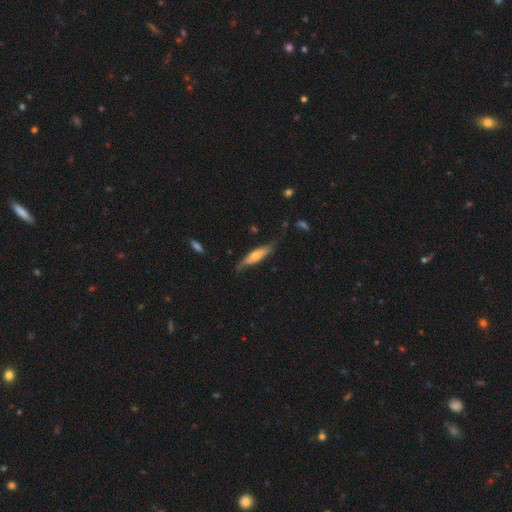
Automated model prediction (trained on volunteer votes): smooth_or_featured: smooth (p=0.49) [alt: featured or disk p=0.45]
merging: none (p=0.65) [alt: minor disturbance p=0.26]